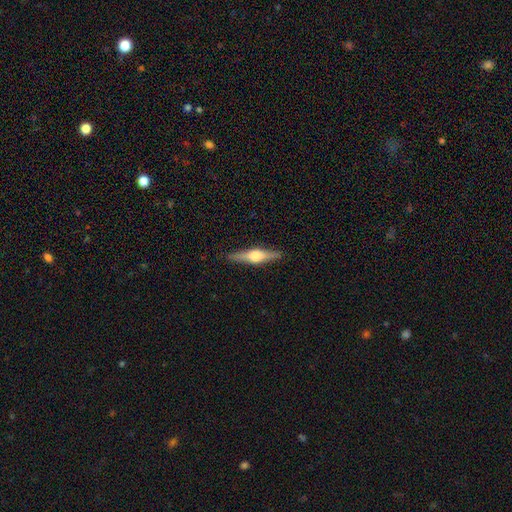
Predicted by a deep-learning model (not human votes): A featured or disk galaxy (71%) viewed edge-on (97%) with a rounded central bulge (93%).

Vote fractions:
- Smooth or featured? featured or disk: 71% / smooth: 23% / star or artifact: 6%
- Edge-on disk? yes: 97% / no: 3%
- Edge-on bulge? rounded: 93% / boxy: 5% / none: 2%
- Merging? none: 90% / minor disturbance: 7% / major disturbance: 2% / merger: 1%